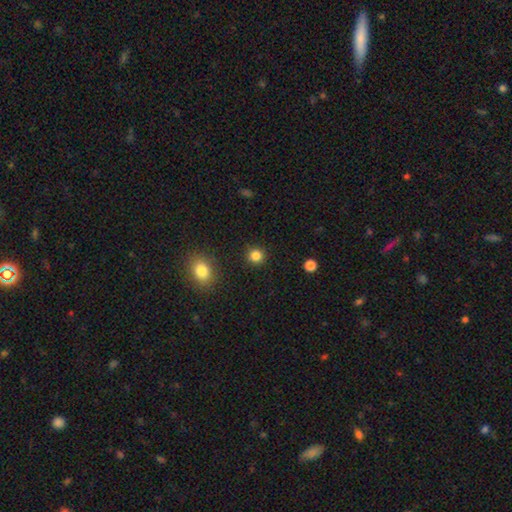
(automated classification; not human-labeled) smooth 85%, star or artifact 12%, featured or disk 4%. Down the decision tree: how rounded — round (91%); merging — none (91%).